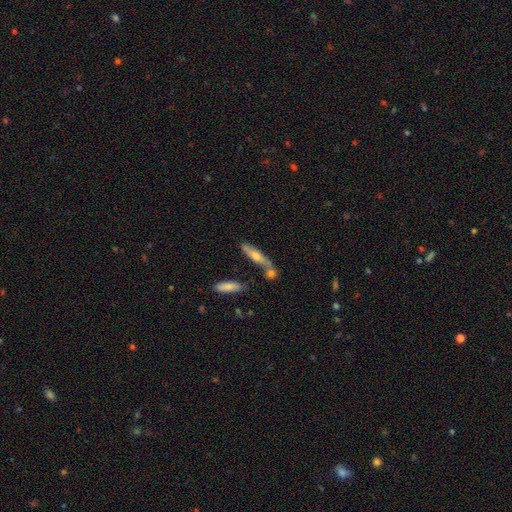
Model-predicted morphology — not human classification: This appears to be a featured or disk galaxy (48%). Merging: none (60%).